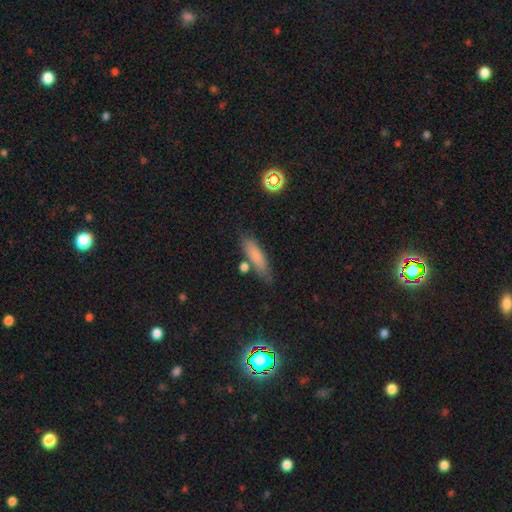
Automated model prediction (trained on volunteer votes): Smooth or featured: smooth — 77% (featured or disk — 12%)
How rounded: cigar-shaped — 69% (in between — 29%)
Merging: none — 75% (minor disturbance — 15%)